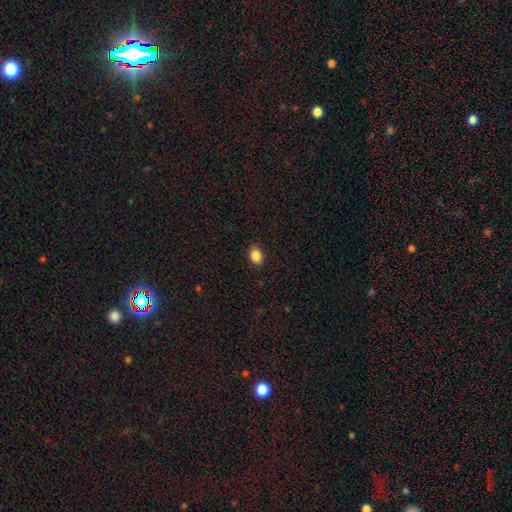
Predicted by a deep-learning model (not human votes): The model was most divided on "how rounded": in between: 73%, round: 25%, cigar-shaped: 1%. More confident: smooth or featured — smooth (87%); merging — none (86%).